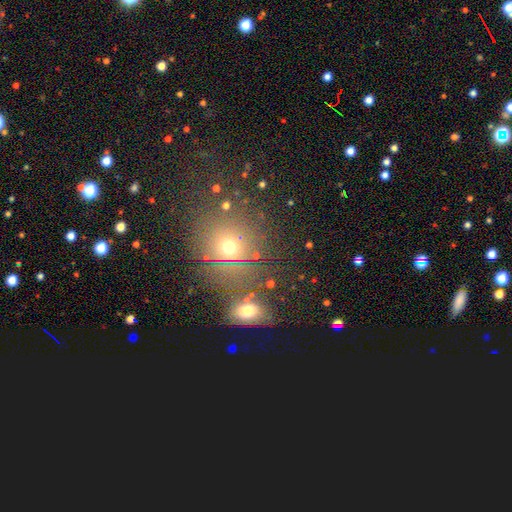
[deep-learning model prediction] smooth-or-featured: smooth: 51% | star or artifact: 35% | featured or disk: 14%
  how-rounded: round: 78% | in between: 20% | cigar-shaped: 2%
  merging: none: 62% | merger: 19% | minor disturbance: 11% | major disturbance: 8%